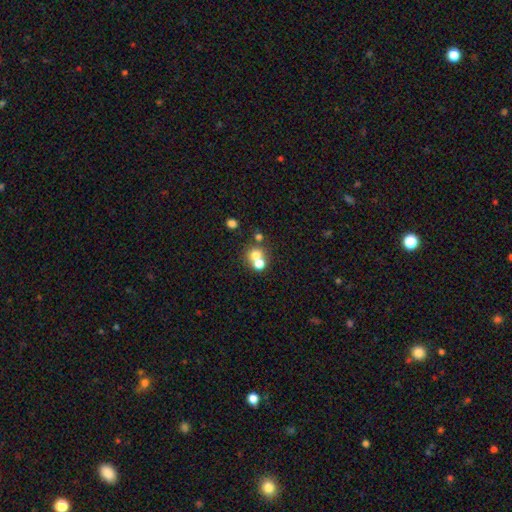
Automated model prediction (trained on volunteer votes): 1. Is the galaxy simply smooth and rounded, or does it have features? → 68% smooth, 16% star or artifact, 16% featured or disk.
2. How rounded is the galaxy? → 81% round, 18% in between, 1% cigar-shaped.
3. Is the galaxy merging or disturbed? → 49% merger, 41% none, 6% minor disturbance, 4% major disturbance.